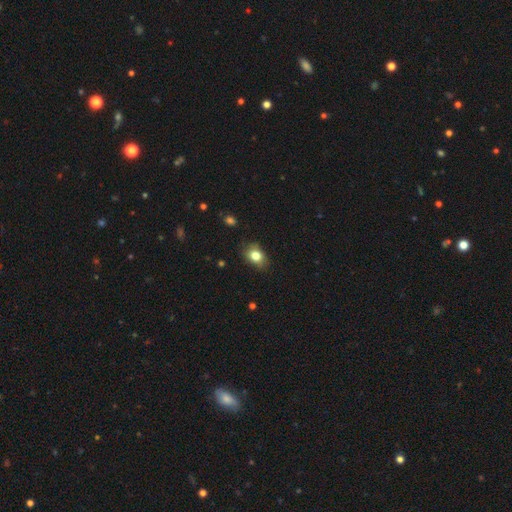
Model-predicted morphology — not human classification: Q: Smooth or featured?
A: smooth (81%); runner-up: star or artifact (10%)
Q: How rounded?
A: in between (66%); runner-up: round (33%)
Q: Merging?
A: none (77%); runner-up: minor disturbance (18%)